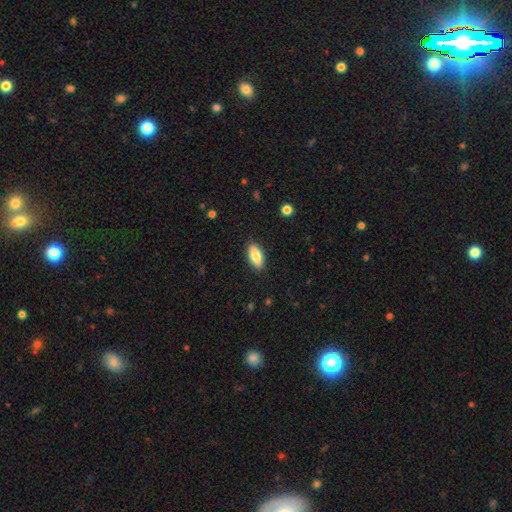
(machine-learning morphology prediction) Smooth or featured?
  - smooth: 80% *
  - featured or disk: 14%
  - star or artifact: 6%
How rounded?
  - in between: 84% *
  - cigar-shaped: 14%
  - round: 2%
Merging?
  - none: 88% *
  - minor disturbance: 8%
  - major disturbance: 2%
  - merger: 1%